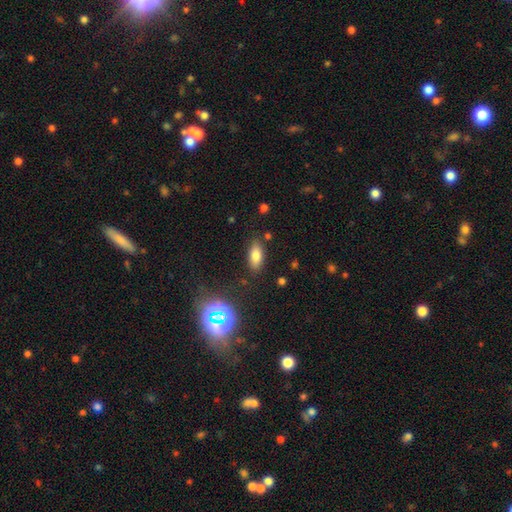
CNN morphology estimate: Smooth or featured? Predicted: smooth (p=0.76). How rounded? Predicted: in between (p=0.85). Merging? Predicted: none (p=0.83).